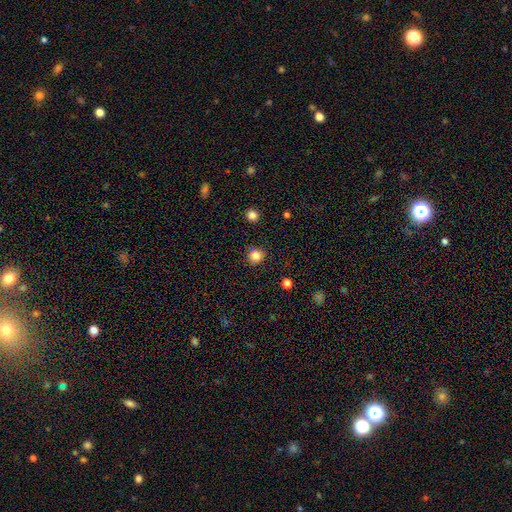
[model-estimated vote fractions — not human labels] Smooth or featured? Predicted: smooth (p=0.83). How rounded? Predicted: round (p=0.88). Merging? Predicted: none (p=0.83).